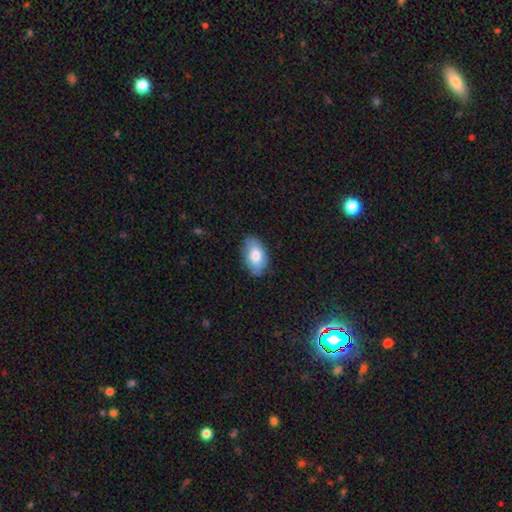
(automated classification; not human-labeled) smooth-or-featured: smooth: 77% | featured or disk: 17% | star or artifact: 7%
  how-rounded: in between: 92% | round: 6% | cigar-shaped: 2%
  merging: none: 79% | minor disturbance: 16% | major disturbance: 3% | merger: 1%